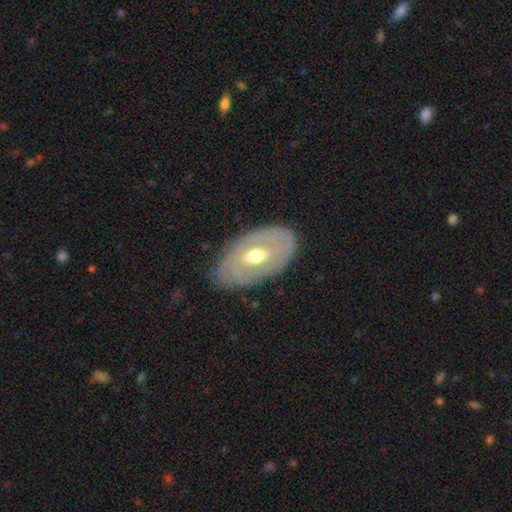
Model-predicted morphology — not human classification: The model was most divided on "spiral arms": yes: 58%, no: 42%. More confident: edge-on disk — no (91%); merging — none (79%); bulge size — moderate (74%); smooth or featured — featured or disk (72%); bar — no (56%).